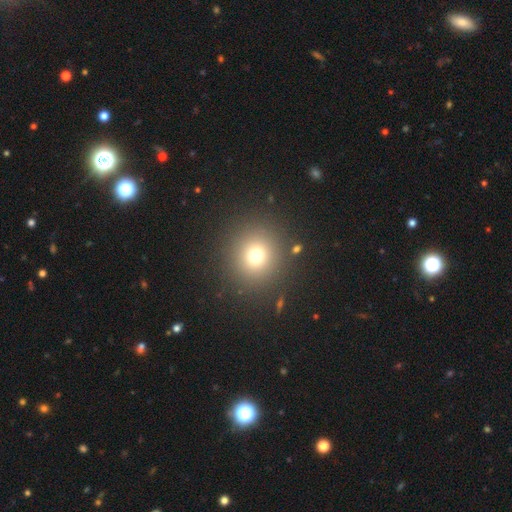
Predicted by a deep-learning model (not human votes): Smooth or featured: smooth — 71% (star or artifact — 19%)
How rounded: round — 92% (in between — 7%)
Merging: none — 87% (minor disturbance — 6%)